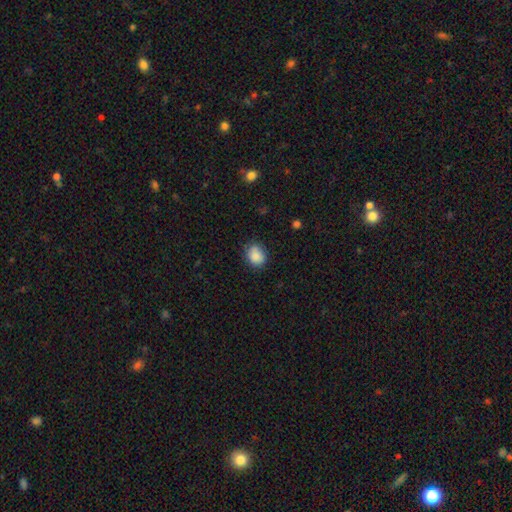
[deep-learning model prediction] The model was most divided on "how rounded": round: 56%, in between: 43%, cigar-shaped: 1%. More confident: smooth or featured — smooth (87%); merging — none (76%).